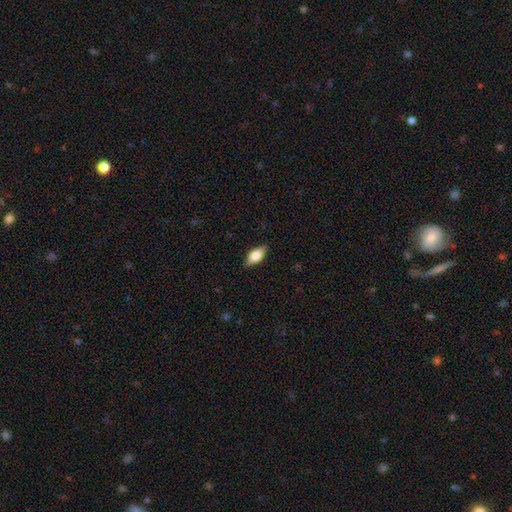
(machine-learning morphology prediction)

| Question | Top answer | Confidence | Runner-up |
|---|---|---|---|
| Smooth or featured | smooth | 65% | featured or disk (29%) |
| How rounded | in between | 78% | cigar-shaped (18%) |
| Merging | none | 86% | minor disturbance (11%) |